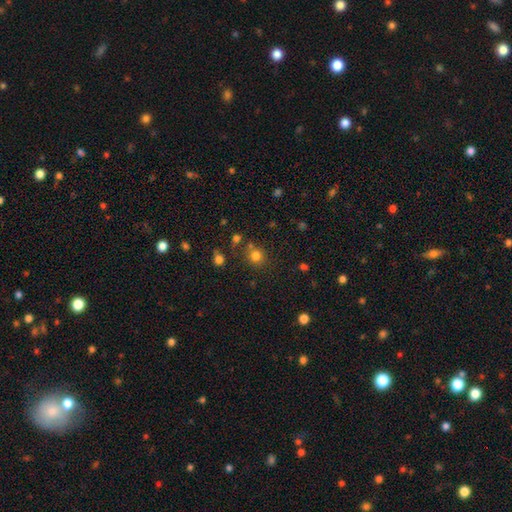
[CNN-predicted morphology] Smooth or featured? smooth (78%)
How rounded? round (89%)
Merging? none (72%)